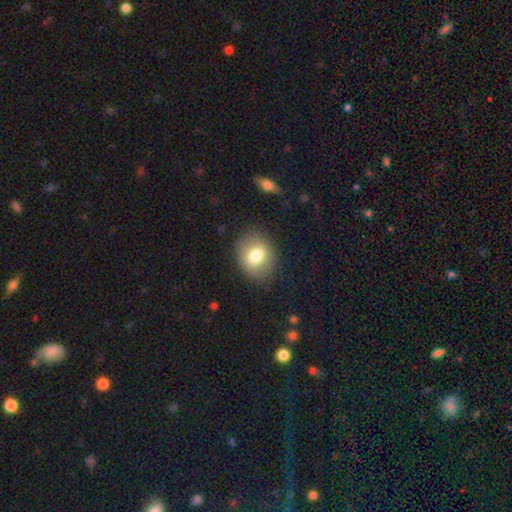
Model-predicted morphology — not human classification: Overall: smooth (77%). How rounded: round (57%; in between 42%). Merging: none (84%).